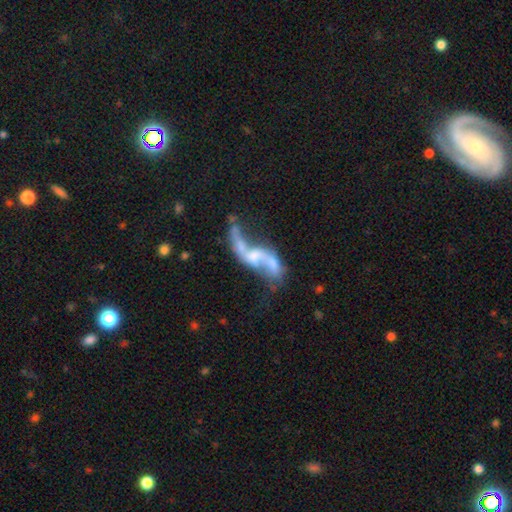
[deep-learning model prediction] Smooth or featured: featured or disk — 75% (smooth — 16%)
Edge-on disk: no — 92% (yes — 8%)
Bar: no — 58% (weak — 29%)
Spiral arms: yes — 65% (no — 35%)
Bulge size: none — 38% (small — 34%)
Merging: merger — 45% (major disturbance — 23%)